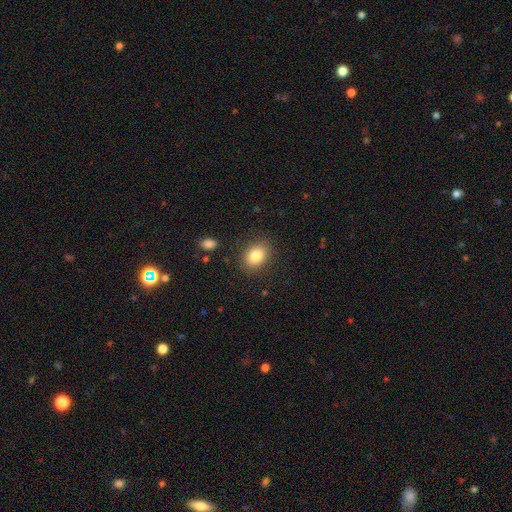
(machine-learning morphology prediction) Q: Smooth or featured?
A: smooth (83%); runner-up: star or artifact (9%)
Q: How rounded?
A: in between (67%); runner-up: round (32%)
Q: Merging?
A: none (85%); runner-up: minor disturbance (10%)